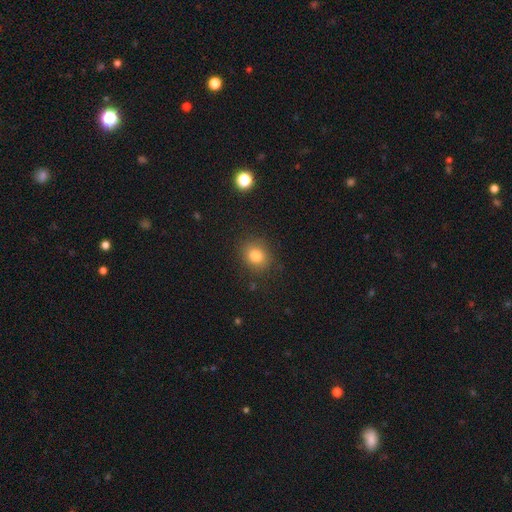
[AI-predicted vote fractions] Smooth or featured: smooth — 81% (star or artifact — 12%)
How rounded: round — 71% (in between — 28%)
Merging: none — 86% (minor disturbance — 10%)